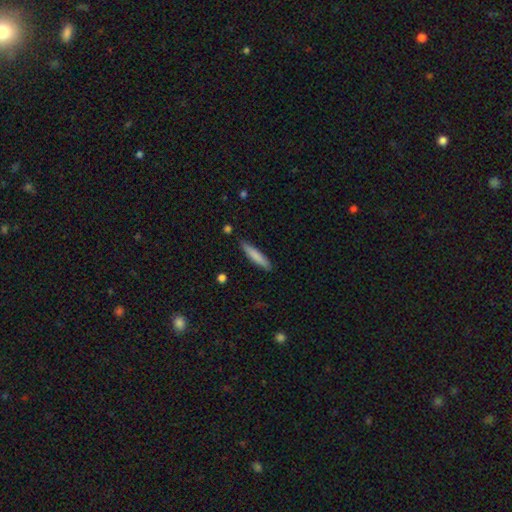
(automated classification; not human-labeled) smooth_or_featured: smooth (p=0.79) [alt: featured or disk p=0.15]
how_rounded: cigar-shaped (p=0.87) [alt: in between p=0.12]
merging: none (p=0.86) [alt: minor disturbance p=0.10]